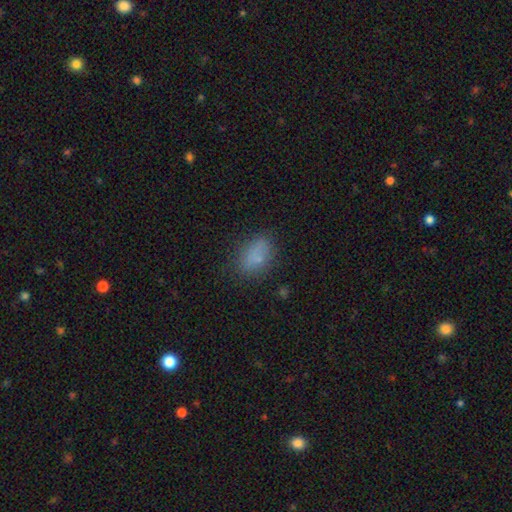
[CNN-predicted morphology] Overall: smooth (76%). How rounded: in between (85%). Merging: none (69%).